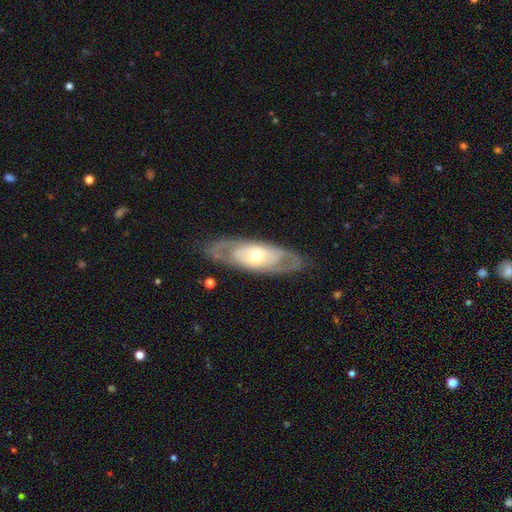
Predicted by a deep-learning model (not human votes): featured or disk 73%, smooth 22%, star or artifact 5%. Down the decision tree: edge-on disk — no (84%); bar — no (79%); spiral arms — no (53%); bulge size — moderate (58%); merging — none (81%).